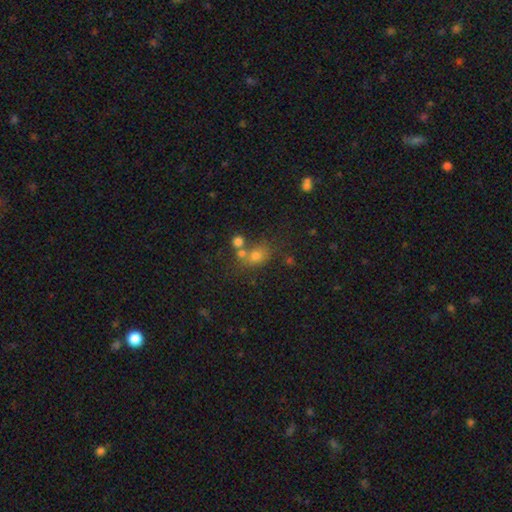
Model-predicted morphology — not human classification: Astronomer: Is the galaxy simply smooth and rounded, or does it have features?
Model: smooth — 66%.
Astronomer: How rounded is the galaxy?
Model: round — 57% (runner-up: in between, 42%).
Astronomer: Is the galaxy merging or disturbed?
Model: none — 51% (runner-up: merger, 31%).